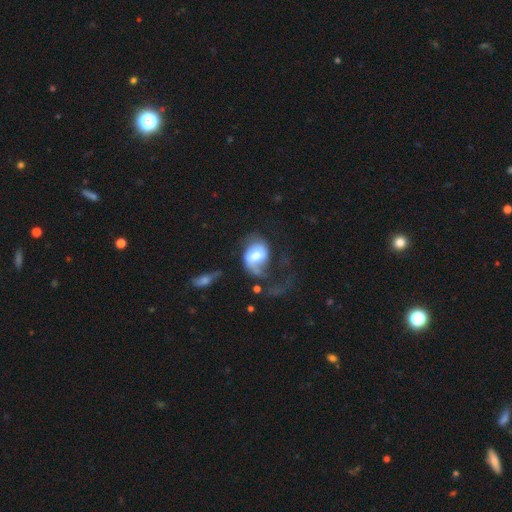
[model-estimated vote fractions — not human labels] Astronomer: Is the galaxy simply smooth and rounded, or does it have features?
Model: featured or disk — 53% (runner-up: smooth, 40%).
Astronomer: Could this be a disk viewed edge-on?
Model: no — 96%.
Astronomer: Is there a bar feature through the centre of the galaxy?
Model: weak — 45% (runner-up: no, 38%).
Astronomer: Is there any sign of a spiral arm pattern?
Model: yes — 73%.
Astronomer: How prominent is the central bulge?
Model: moderate — 55%.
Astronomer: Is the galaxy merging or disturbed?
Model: major disturbance — 53%.